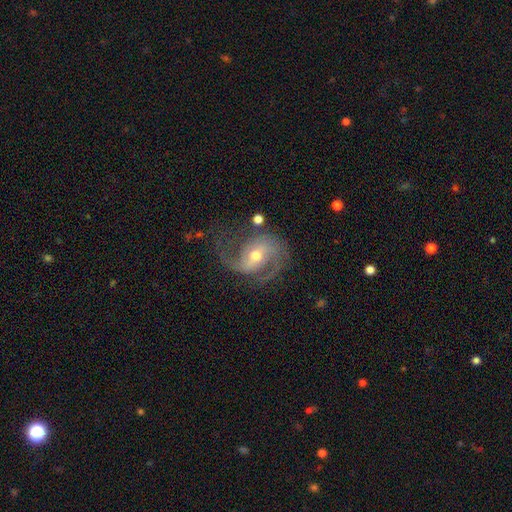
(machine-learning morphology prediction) smooth-or-featured: featured or disk: 88% | smooth: 7% | star or artifact: 6%
  disk-edge-on: no: 97% | yes: 3%
    bar: weak: 45% | no: 30% | strong: 25%
    has-spiral-arms: yes: 96% | no: 4%
      spiral-winding: medium: 50% | loose: 34% | tight: 17%
      spiral-arm-count: 2: 80% | 3: 6% | can't tell: 5% | 1: 5% | 4: 2% | more than 4: 2%
    bulge-size: moderate: 62% | small: 32% | large: 3% | none: 1% | dominant: 1%
  merging: none: 59% | minor disturbance: 20% | major disturbance: 18% | merger: 3%